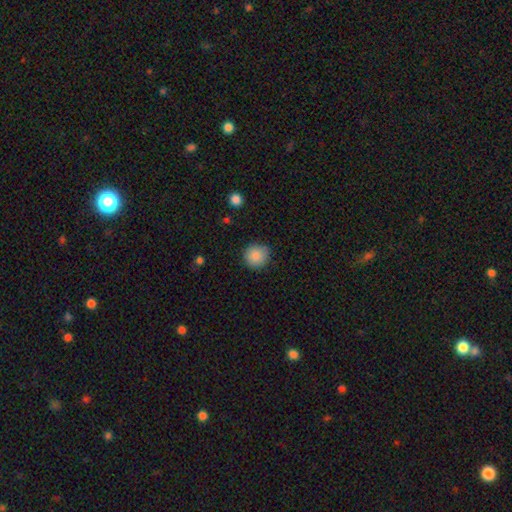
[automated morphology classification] Overall: smooth (87%). How rounded: round (91%). Merging: none (85%).